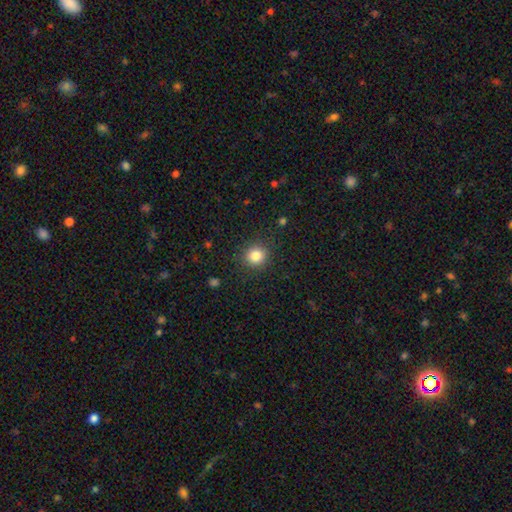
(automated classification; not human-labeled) Smooth or featured? Predicted: smooth (p=0.83). How rounded? Predicted: round (p=0.89). Merging? Predicted: none (p=0.89).